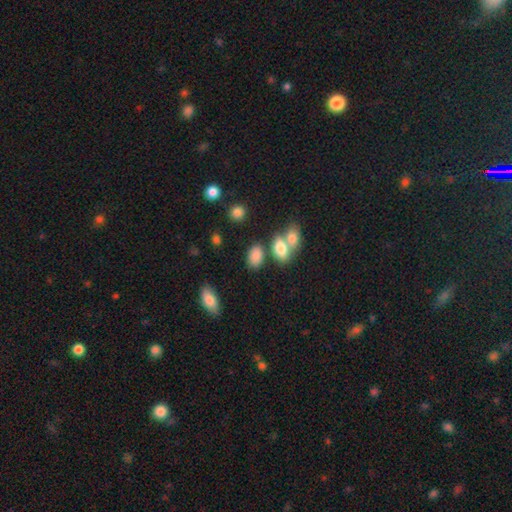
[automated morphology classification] Smooth or featured?
  - smooth: 83% *
  - star or artifact: 10%
  - featured or disk: 7%
How rounded?
  - in between: 88% *
  - round: 10%
  - cigar-shaped: 2%
Merging?
  - none: 63% *
  - merger: 21%
  - minor disturbance: 12%
  - major disturbance: 5%